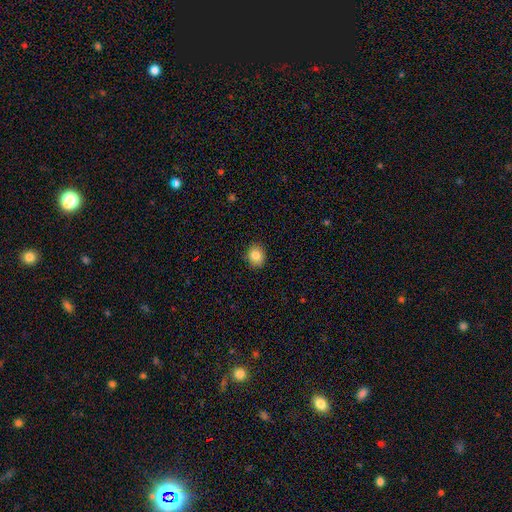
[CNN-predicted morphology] This appears to be a smooth galaxy with no disk features (84%) that is round (59%). Merging: none (89%).